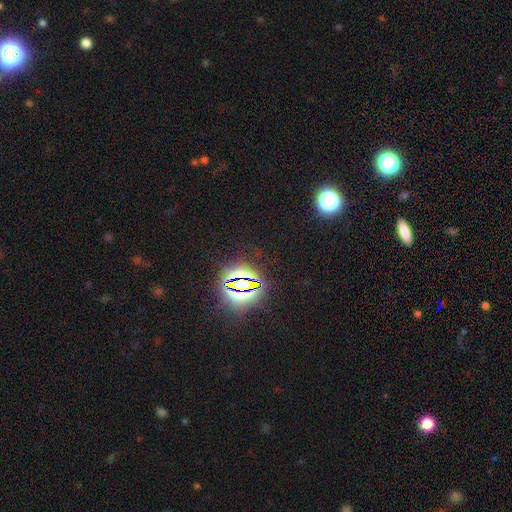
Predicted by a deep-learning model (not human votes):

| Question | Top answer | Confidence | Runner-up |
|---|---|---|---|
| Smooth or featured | star or artifact | 81% | smooth (12%) |